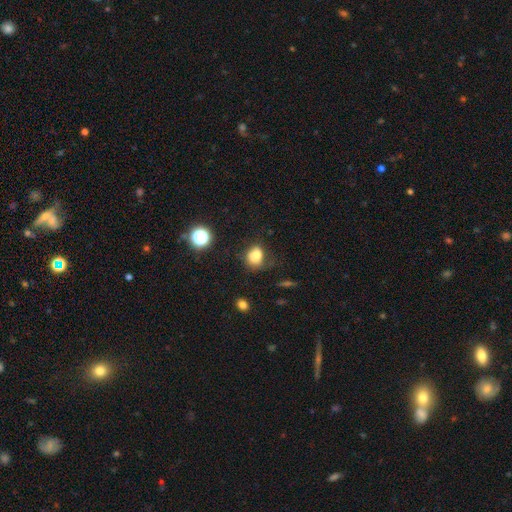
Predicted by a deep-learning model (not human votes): smooth-or-featured: smooth: 79% | star or artifact: 13% | featured or disk: 8%
  how-rounded: round: 50% | in between: 49% | cigar-shaped: 1%
  merging: none: 53% | minor disturbance: 28% | major disturbance: 14% | merger: 4%